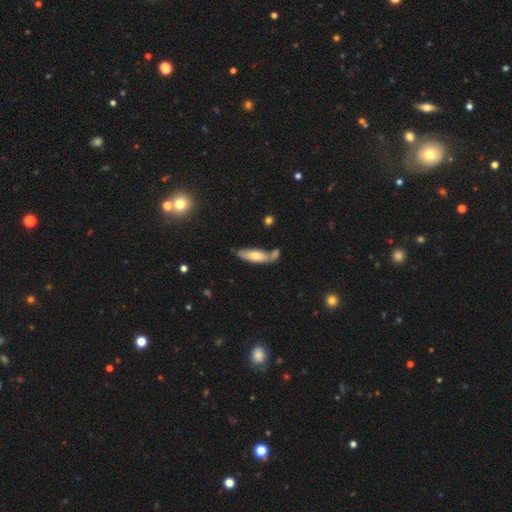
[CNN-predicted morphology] Smooth or featured? Predicted: smooth (p=0.66). How rounded? Predicted: in between (p=0.56). Merging? Predicted: none (p=0.53).